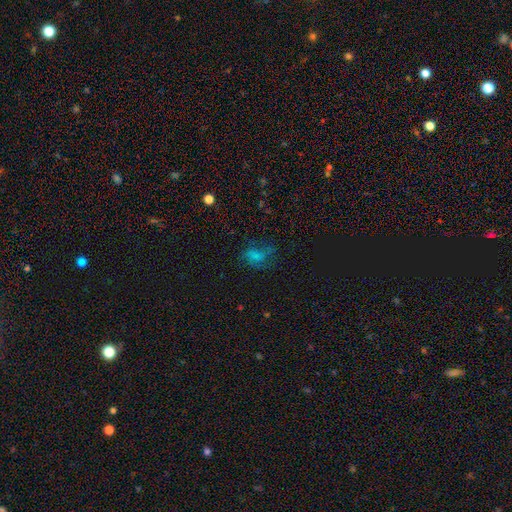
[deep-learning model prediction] The model was most divided on "smooth or featured": smooth: 47%, featured or disk: 28%, star or artifact: 26%. More confident: merging — none (51%).